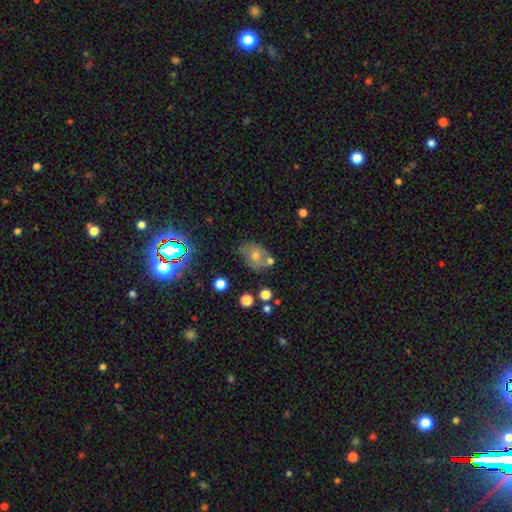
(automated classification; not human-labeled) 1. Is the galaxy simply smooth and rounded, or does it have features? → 47% smooth, 29% featured or disk, 23% star or artifact.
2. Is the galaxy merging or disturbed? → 57% none, 19% minor disturbance, 17% merger, 7% major disturbance.